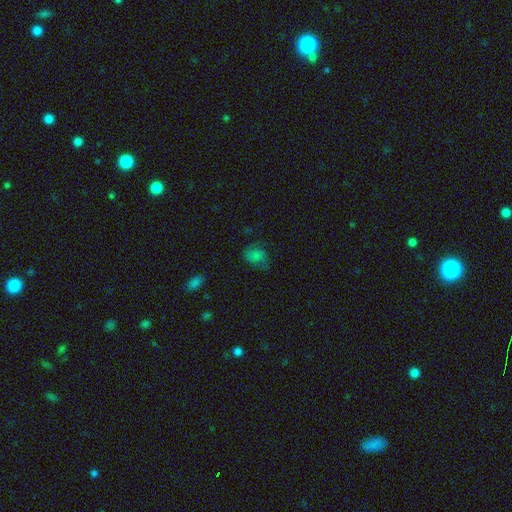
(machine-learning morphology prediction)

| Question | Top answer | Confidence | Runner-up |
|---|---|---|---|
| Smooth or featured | smooth | 64% | featured or disk (21%) |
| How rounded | in between | 54% | round (45%) |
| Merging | none | 57% | minor disturbance (27%) |